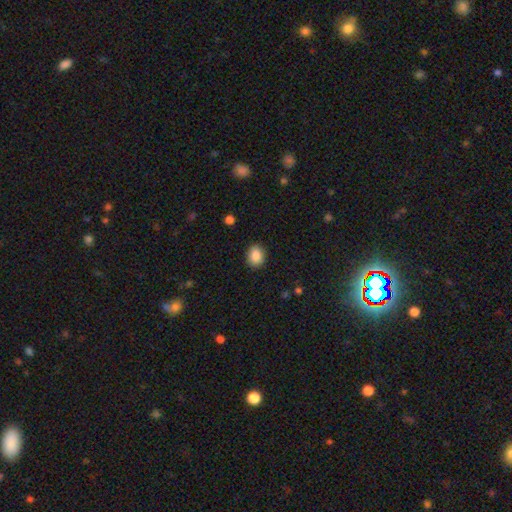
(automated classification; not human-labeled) This is clearly a smooth galaxy (87%). How rounded: possibly in between (51%). Merging: clearly none (88%).